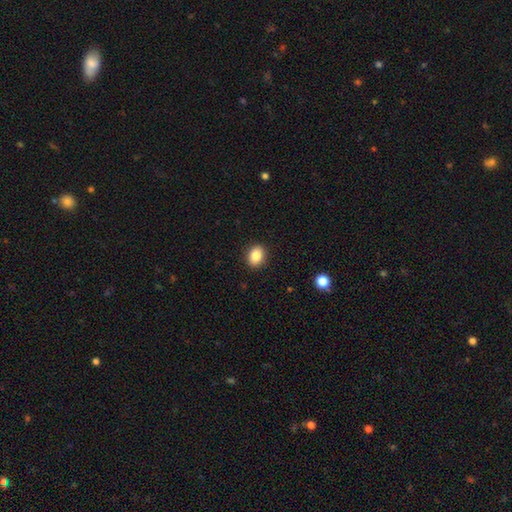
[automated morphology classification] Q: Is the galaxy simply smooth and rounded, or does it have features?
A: smooth — 87%.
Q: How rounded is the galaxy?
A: in between — 61%.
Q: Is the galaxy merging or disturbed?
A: none — 90%.